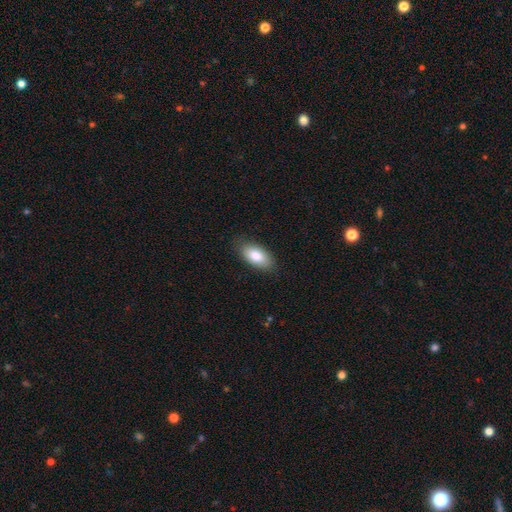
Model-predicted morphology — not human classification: Smooth or featured? Predicted: smooth (p=0.85). How rounded? Predicted: in between (p=0.93). Merging? Predicted: none (p=0.82).